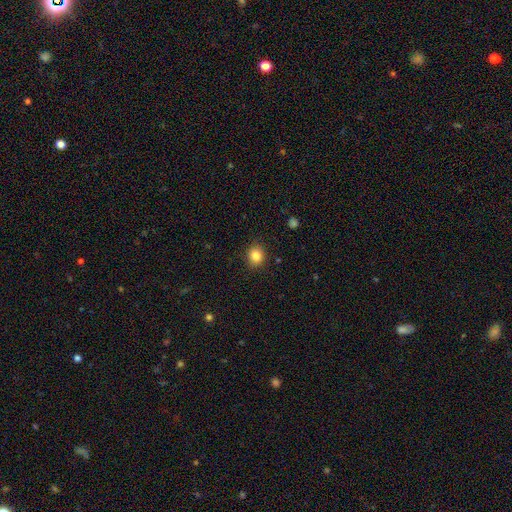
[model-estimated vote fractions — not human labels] smooth 85%, star or artifact 10%, featured or disk 5%. Down the decision tree: how rounded — round (72%); merging — none (88%).